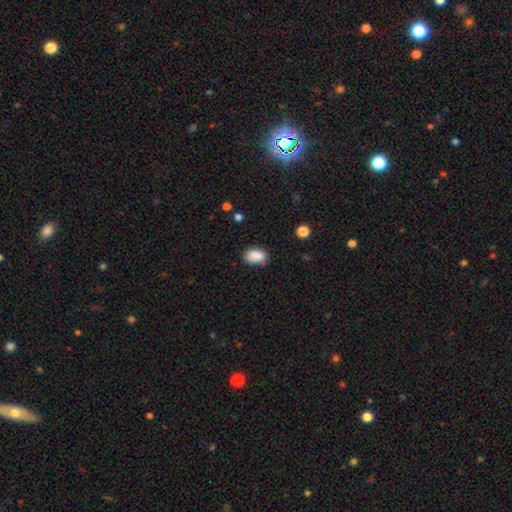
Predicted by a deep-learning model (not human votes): A smooth galaxy with no disk features (88%) that is in between round and cigar-shaped (89%).

Vote fractions:
- Smooth or featured? smooth: 88% / star or artifact: 8% / featured or disk: 4%
- How rounded? in between: 89% / round: 9% / cigar-shaped: 1%
- Merging? none: 77% / minor disturbance: 18% / major disturbance: 3% / merger: 2%